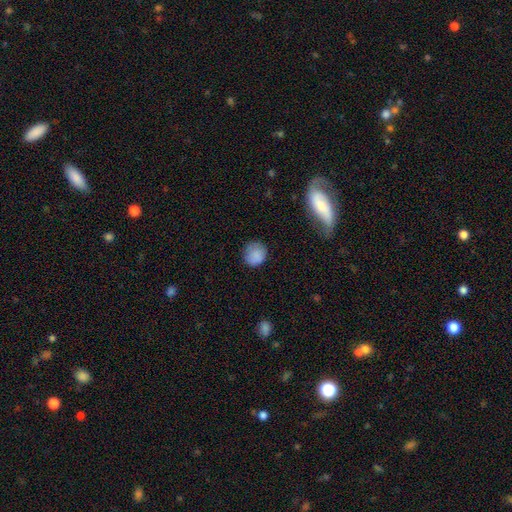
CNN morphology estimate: A smooth galaxy with no disk features (85%) that is round (78%).

Vote fractions:
- Smooth or featured? smooth: 85% / star or artifact: 9% / featured or disk: 6%
- How rounded? round: 78% / in between: 21% / cigar-shaped: 1%
- Merging? none: 74% / minor disturbance: 19% / major disturbance: 5% / merger: 1%